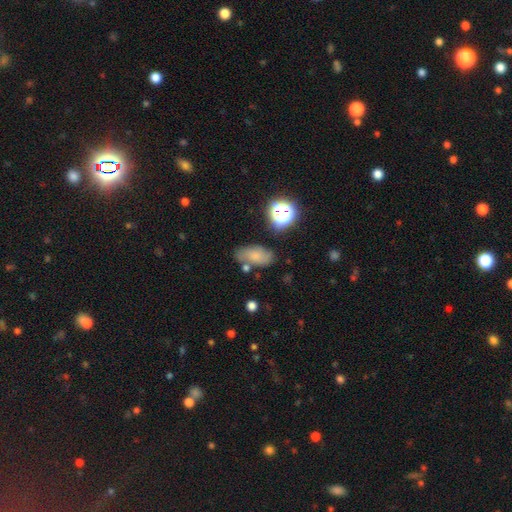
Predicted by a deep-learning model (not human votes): This is likely a smooth galaxy (66%). How rounded: clearly in between (87%). Merging: likely none (67%).